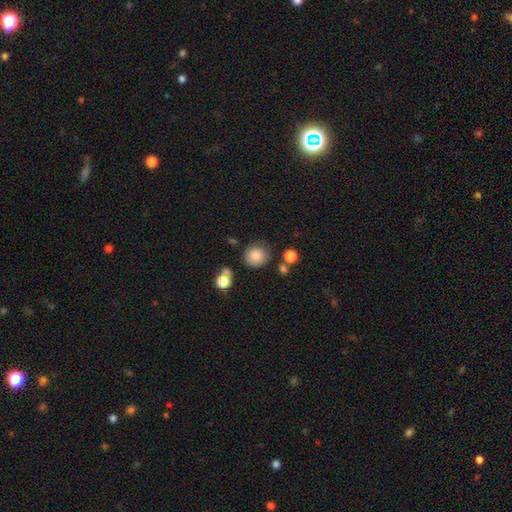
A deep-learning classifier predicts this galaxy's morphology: The model was most divided on "merging": none: 74%, minor disturbance: 15%, merger: 6%, major disturbance: 5%. More confident: how rounded — round (85%); smooth or featured — smooth (84%).